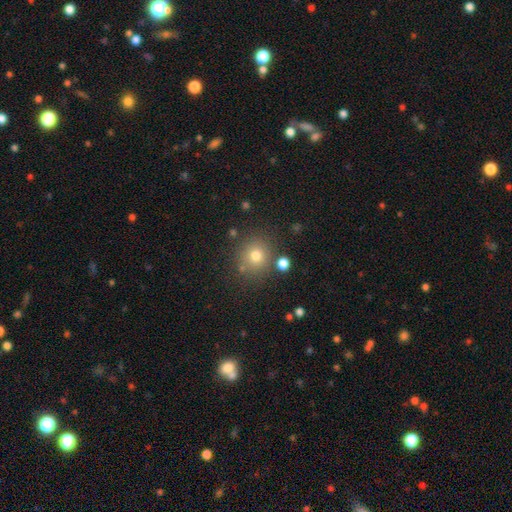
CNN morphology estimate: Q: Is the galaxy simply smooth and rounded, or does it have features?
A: smooth — 73%.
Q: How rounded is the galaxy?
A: round — 89%.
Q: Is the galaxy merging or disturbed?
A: none — 81%.